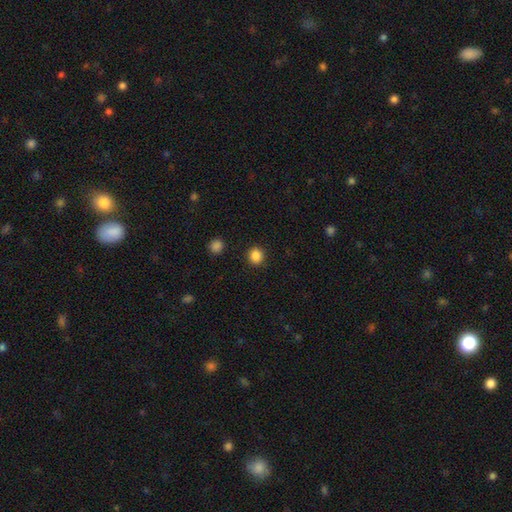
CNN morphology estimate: smooth_or_featured: smooth (p=0.86) [alt: star or artifact p=0.11]
how_rounded: round (p=0.91) [alt: in between p=0.09]
merging: none (p=0.91) [alt: minor disturbance p=0.05]